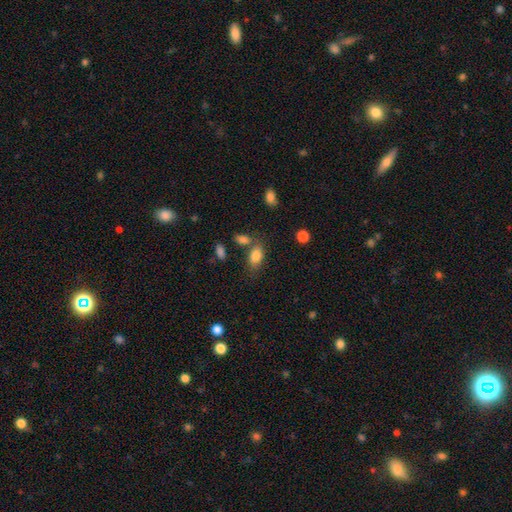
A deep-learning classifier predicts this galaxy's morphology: A smooth galaxy with no disk features (83%) that is in between round and cigar-shaped (88%). Merging: none (63%).